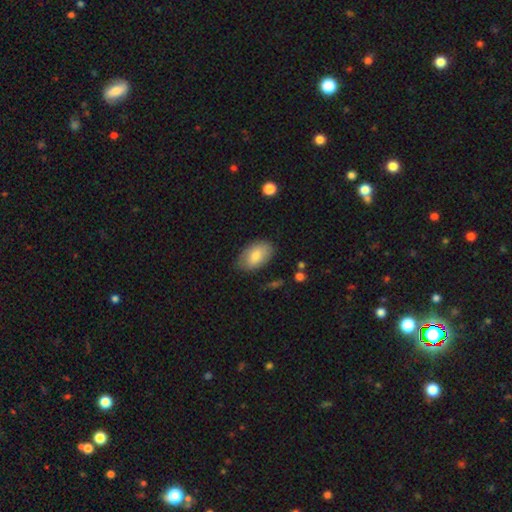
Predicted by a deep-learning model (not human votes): Smooth or featured? smooth (79%)
How rounded? in between (93%)
Merging? none (77%)